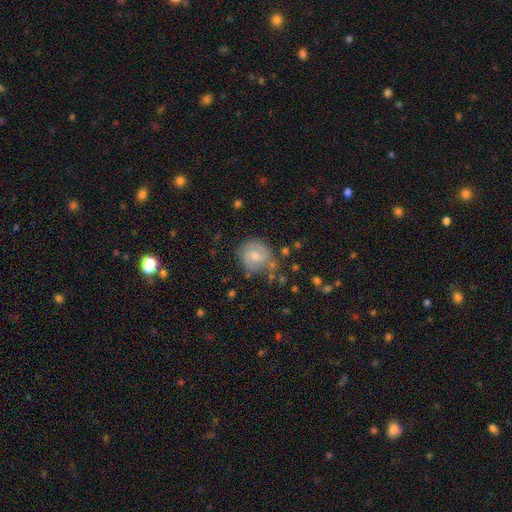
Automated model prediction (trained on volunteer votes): The model was most divided on "smooth or featured": smooth: 52%, featured or disk: 40%, star or artifact: 8%. More confident: how rounded — round (84%); merging — none (67%).